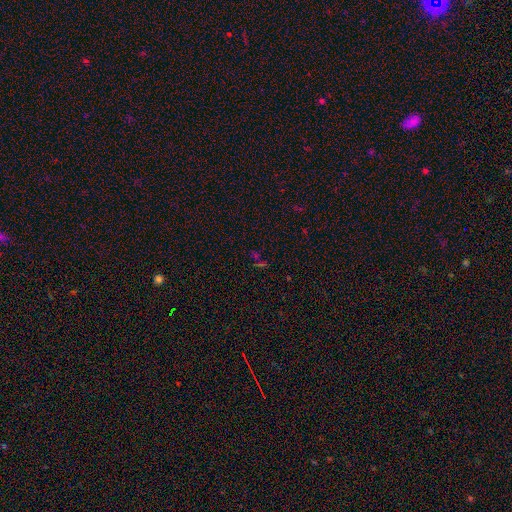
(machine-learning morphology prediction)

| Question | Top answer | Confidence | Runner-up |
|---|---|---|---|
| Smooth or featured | star or artifact | 61% | smooth (27%) |